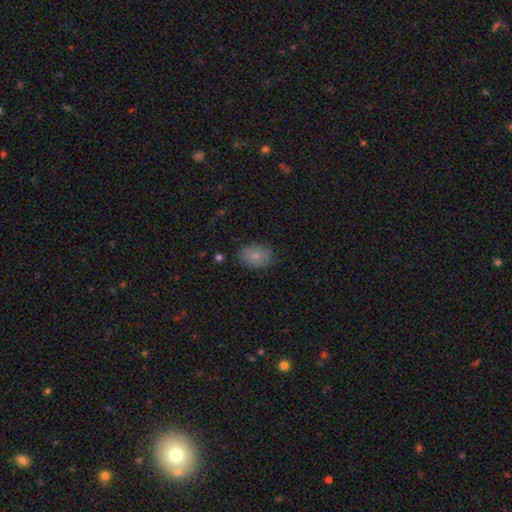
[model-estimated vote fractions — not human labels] smooth_or_featured: smooth (p=0.84) [alt: star or artifact p=0.08]
how_rounded: in between (p=0.79) [alt: round p=0.20]
merging: none (p=0.82) [alt: minor disturbance p=0.13]